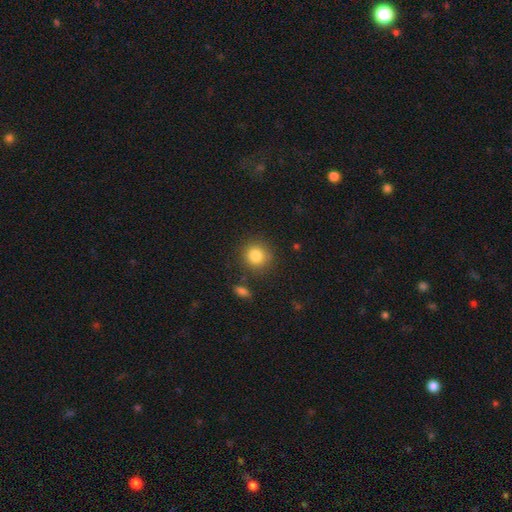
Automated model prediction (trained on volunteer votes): smooth_or_featured: smooth (p=0.84) [alt: star or artifact p=0.10]
how_rounded: round (p=0.88) [alt: in between p=0.11]
merging: none (p=0.84) [alt: minor disturbance p=0.09]